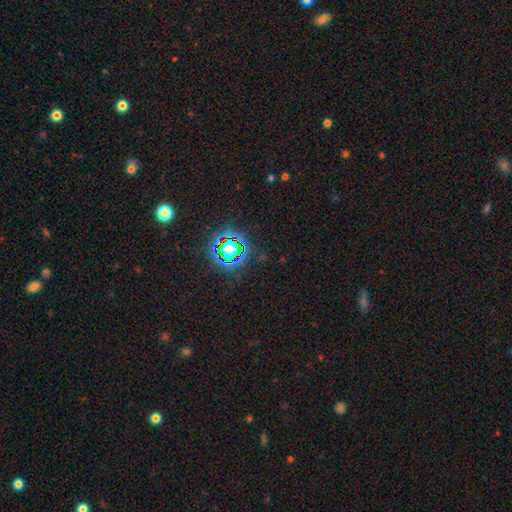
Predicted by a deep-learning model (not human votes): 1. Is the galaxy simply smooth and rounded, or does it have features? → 80% star or artifact, 13% smooth, 7% featured or disk.